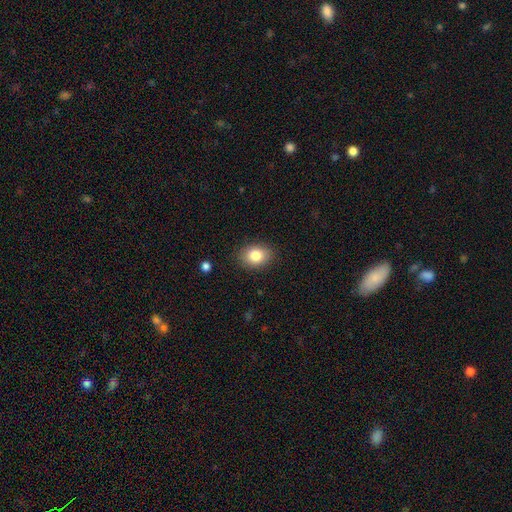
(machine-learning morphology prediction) This is clearly a smooth galaxy (82%). How rounded: likely in between (65%). Merging: clearly none (87%).